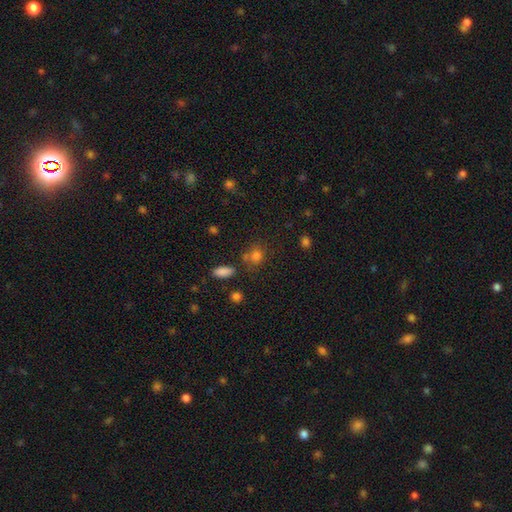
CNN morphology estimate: This is likely a smooth galaxy (75%). How rounded: likely round (70%). Merging: likely none (64%).